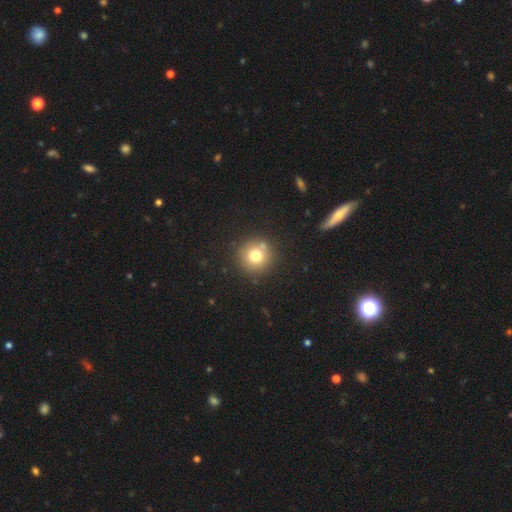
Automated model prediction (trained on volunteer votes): Overall: smooth (74%). How rounded: round (94%). Merging: none (81%).